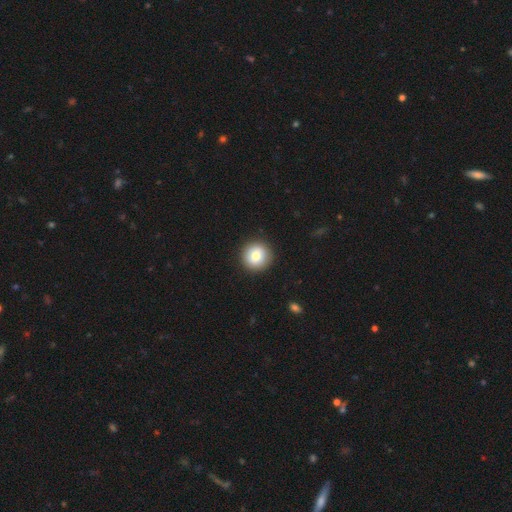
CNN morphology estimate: This appears to be a smooth galaxy with no disk features (76%) that is round (95%). Merging: none (91%).